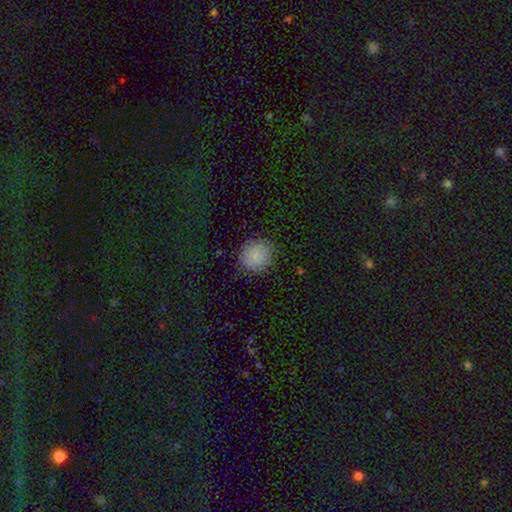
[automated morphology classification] smooth 85%, star or artifact 10%, featured or disk 5%. Down the decision tree: how rounded — round (86%); merging — none (83%).